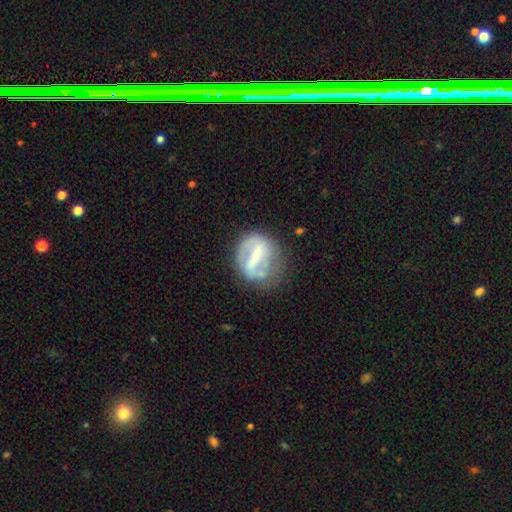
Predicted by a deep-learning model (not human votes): smooth-or-featured: featured or disk: 65% | smooth: 27% | star or artifact: 9%
  disk-edge-on: no: 93% | yes: 7%
    bar: strong: 74% | weak: 17% | no: 8%
    has-spiral-arms: no: 61% | yes: 39%
    bulge-size: none: 41% | small: 27% | moderate: 23% | large: 7% | dominant: 2%
  merging: none: 57% | minor disturbance: 23% | major disturbance: 15% | merger: 4%